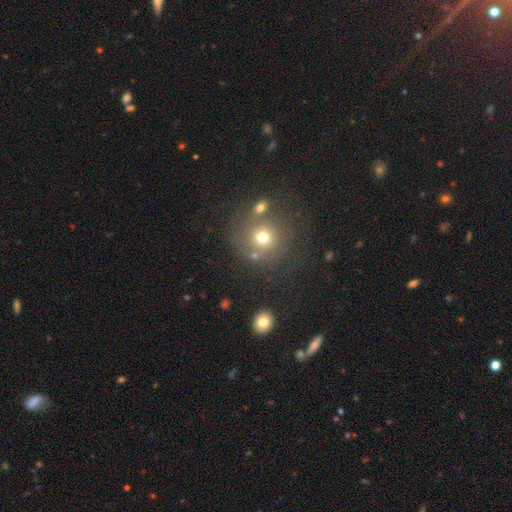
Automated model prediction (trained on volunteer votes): smooth_or_featured: smooth (p=0.61) [alt: star or artifact p=0.24]
how_rounded: round (p=0.91) [alt: in between p=0.08]
merging: none (p=0.69) [alt: merger p=0.16]